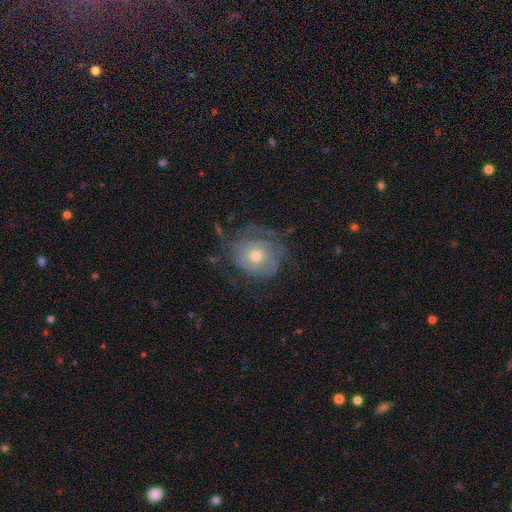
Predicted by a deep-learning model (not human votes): Smooth or featured: featured or disk — 64% (smooth — 27%)
Edge-on disk: no — 96% (yes — 4%)
Bar: no — 85% (weak — 13%)
Spiral arms: yes — 74% (no — 26%)
Bulge size: moderate — 62% (small — 32%)
Merging: none — 59% (minor disturbance — 22%)